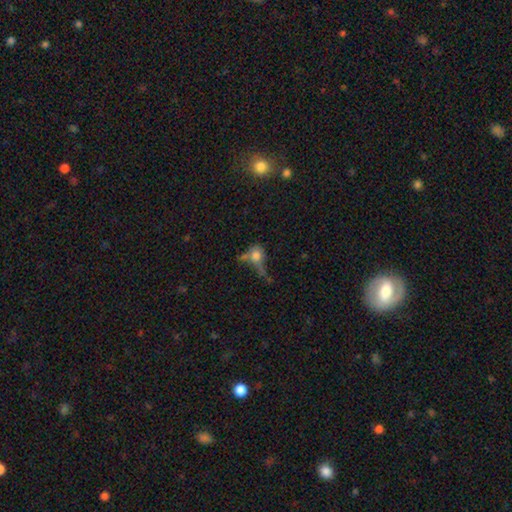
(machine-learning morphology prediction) Smooth or featured?
  - smooth: 66% *
  - featured or disk: 19%
  - star or artifact: 14%
How rounded?
  - round: 55% *
  - in between: 40%
  - cigar-shaped: 5%
Merging?
  - none: 30% *
  - major disturbance: 26%
  - merger: 24%
  - minor disturbance: 20%